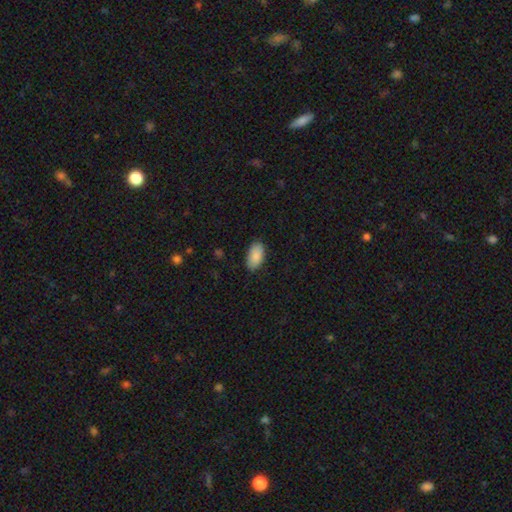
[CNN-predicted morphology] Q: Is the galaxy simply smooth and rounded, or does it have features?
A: smooth — 90%.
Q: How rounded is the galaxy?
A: in between — 95%.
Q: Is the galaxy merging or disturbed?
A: none — 87%.